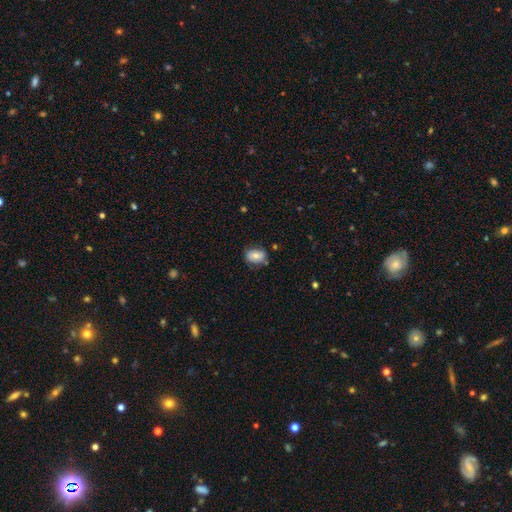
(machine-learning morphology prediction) smooth 67%, featured or disk 24%, star or artifact 9%. Down the decision tree: how rounded — in between (70%); merging — none (72%).